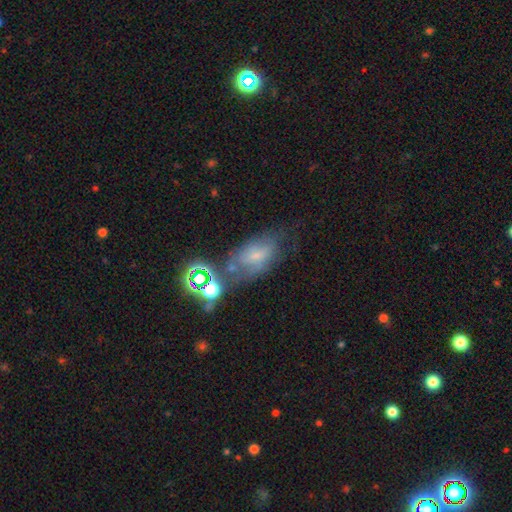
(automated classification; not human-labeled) A smooth galaxy with no disk features (44%).

Vote fractions:
- Smooth or featured? smooth: 44% / featured or disk: 36% / star or artifact: 20%
- Merging? none: 39% / minor disturbance: 25% / major disturbance: 19% / merger: 16%